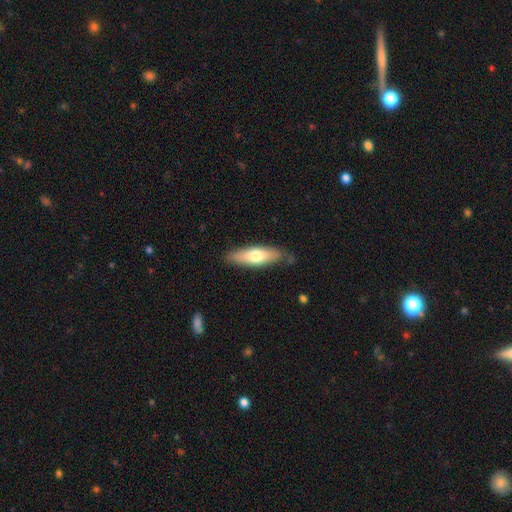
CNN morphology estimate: Q: Smooth or featured?
A: smooth (64%); runner-up: featured or disk (31%)
Q: How rounded?
A: cigar-shaped (52%); runner-up: in between (46%)
Q: Merging?
A: none (81%); runner-up: minor disturbance (14%)